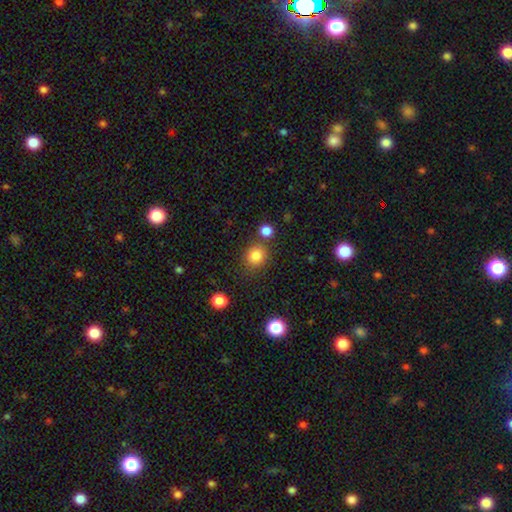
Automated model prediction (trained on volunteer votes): Smooth or featured: smooth — 83% (star or artifact — 12%)
How rounded: round — 78% (in between — 21%)
Merging: none — 77% (minor disturbance — 10%)